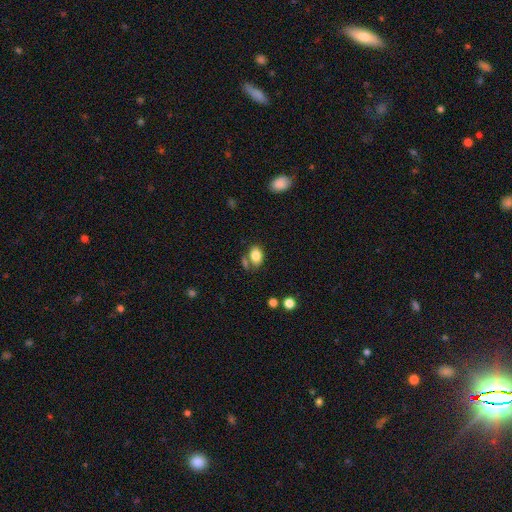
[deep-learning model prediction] A smooth galaxy with no disk features (83%) that is in between round and cigar-shaped (82%). Merging: none (63%).